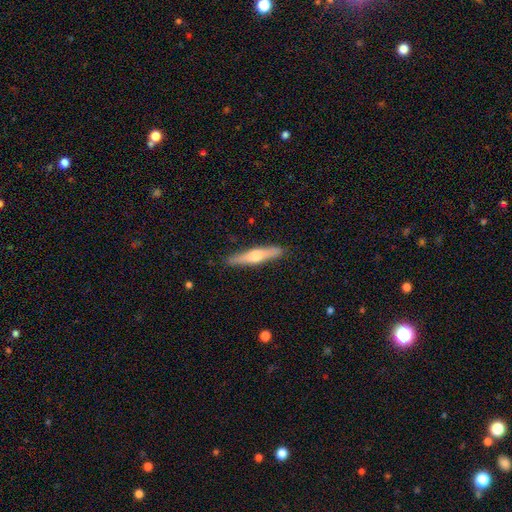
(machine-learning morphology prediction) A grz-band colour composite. It shows a featured or disk galaxy (54%) viewed edge-on (95%) with a rounded central bulge (89%). Merging: none (89%).